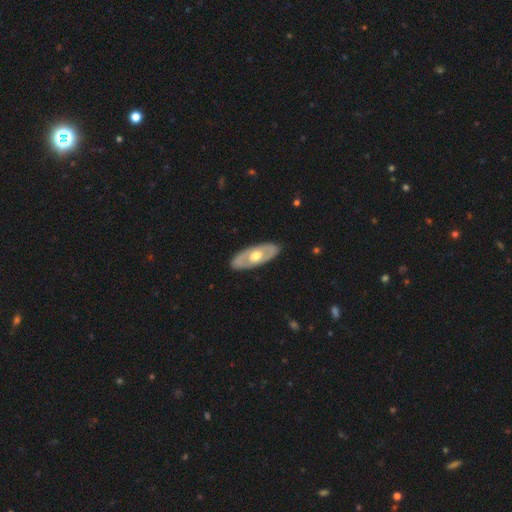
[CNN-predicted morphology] smooth_or_featured: featured or disk (p=0.58) [alt: smooth p=0.38]
disk_edge_on: no (p=0.78) [alt: yes p=0.22]
merging: none (p=0.88) [alt: minor disturbance p=0.09]